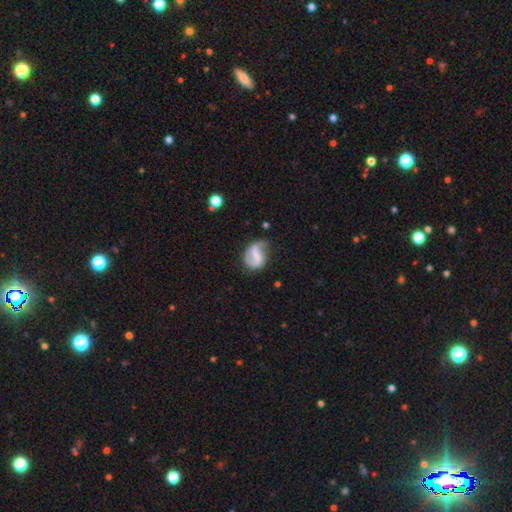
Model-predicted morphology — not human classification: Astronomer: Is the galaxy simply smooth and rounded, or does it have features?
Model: featured or disk — 70%.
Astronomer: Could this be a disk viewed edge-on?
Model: no — 98%.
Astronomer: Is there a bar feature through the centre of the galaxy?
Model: strong — 44% (runner-up: weak, 37%).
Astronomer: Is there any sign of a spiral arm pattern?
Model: yes — 85%.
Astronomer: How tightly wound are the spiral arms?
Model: loose — 56%.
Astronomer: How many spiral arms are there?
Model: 2 — 73%.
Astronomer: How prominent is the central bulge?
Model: none — 53% (runner-up: small, 30%).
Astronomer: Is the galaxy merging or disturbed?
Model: none — 52%.